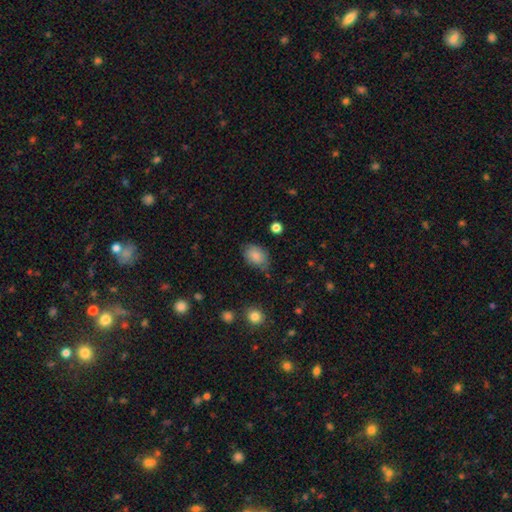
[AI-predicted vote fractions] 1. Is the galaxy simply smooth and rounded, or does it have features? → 84% smooth, 8% featured or disk, 8% star or artifact.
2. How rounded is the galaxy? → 81% in between, 18% round, 1% cigar-shaped.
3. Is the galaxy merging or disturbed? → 67% none, 25% minor disturbance, 5% major disturbance, 2% merger.